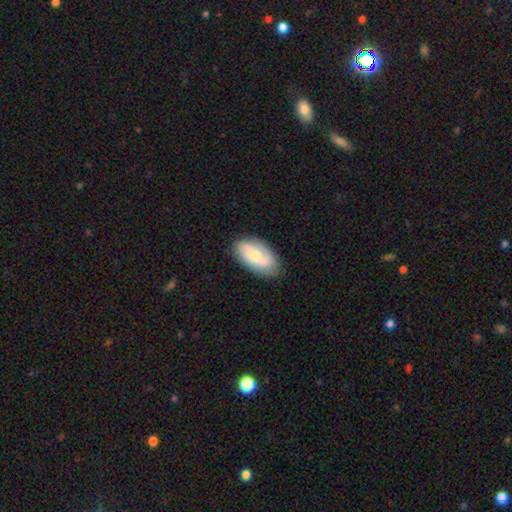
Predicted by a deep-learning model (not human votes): featured or disk 53%, smooth 41%, star or artifact 6%. Down the decision tree: edge-on disk — no (93%); merging — none (81%).